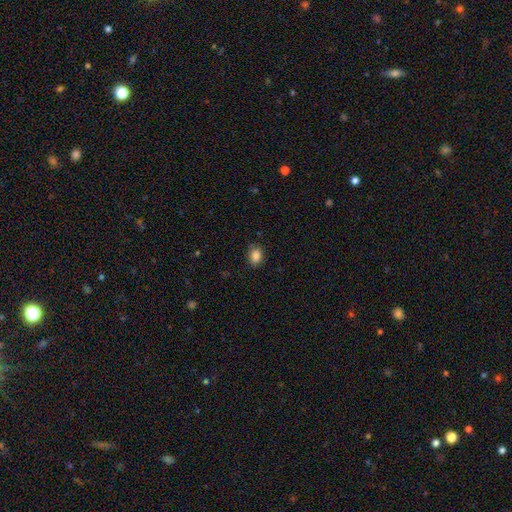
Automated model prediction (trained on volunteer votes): Overall: smooth (87%). How rounded: in between (69%; round 30%). Merging: none (82%).